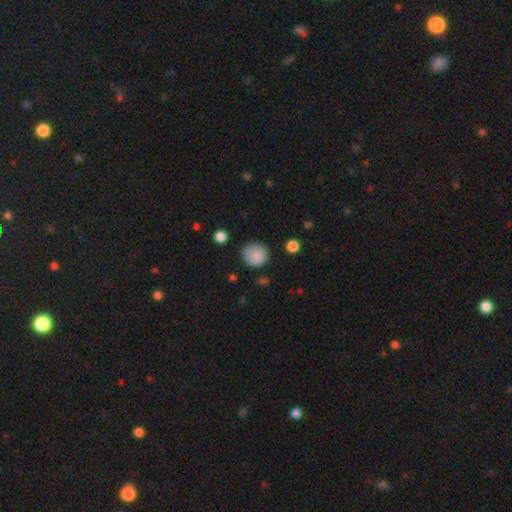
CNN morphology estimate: Q: Smooth or featured?
A: smooth (84%); runner-up: star or artifact (8%)
Q: How rounded?
A: round (88%); runner-up: in between (11%)
Q: Merging?
A: none (75%); runner-up: minor disturbance (19%)